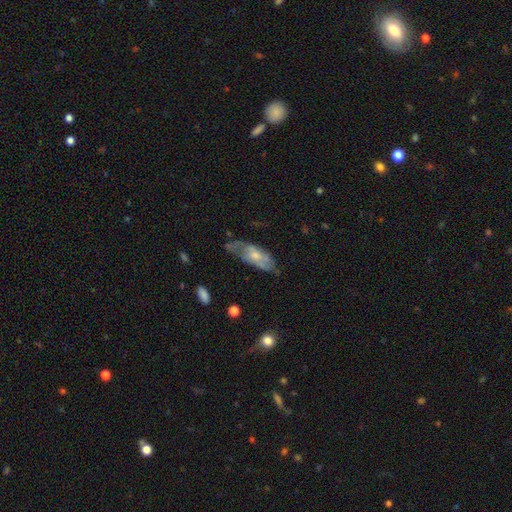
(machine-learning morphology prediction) A featured or disk galaxy (55%). Merging: none (45%).